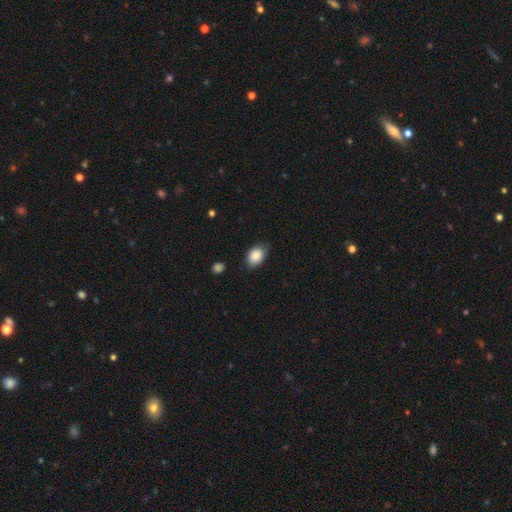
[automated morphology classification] Smooth or featured? smooth (87%)
How rounded? in between (83%)
Merging? none (72%)